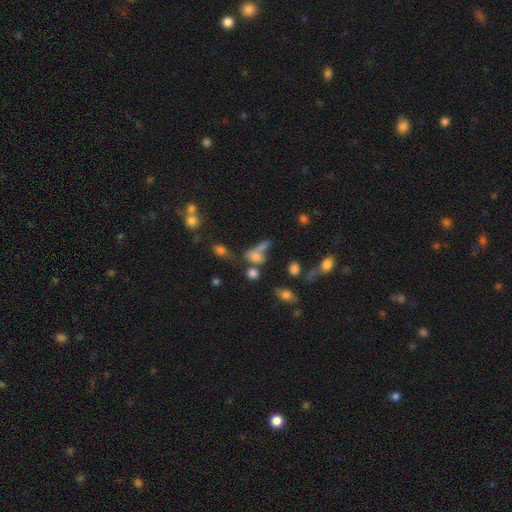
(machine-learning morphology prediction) Smooth or featured: smooth — 66% (star or artifact — 17%)
How rounded: in between — 63% (round — 28%)
Merging: merger — 38% (none — 31%)